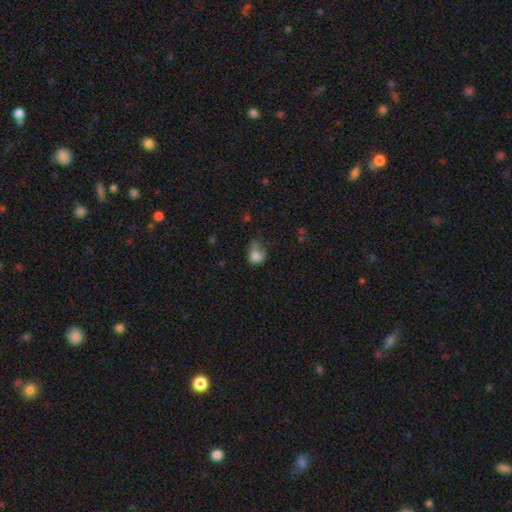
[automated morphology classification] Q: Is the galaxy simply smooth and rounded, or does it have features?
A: smooth — 76%.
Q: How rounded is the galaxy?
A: in between — 54%.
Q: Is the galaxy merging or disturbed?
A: minor disturbance — 36%.